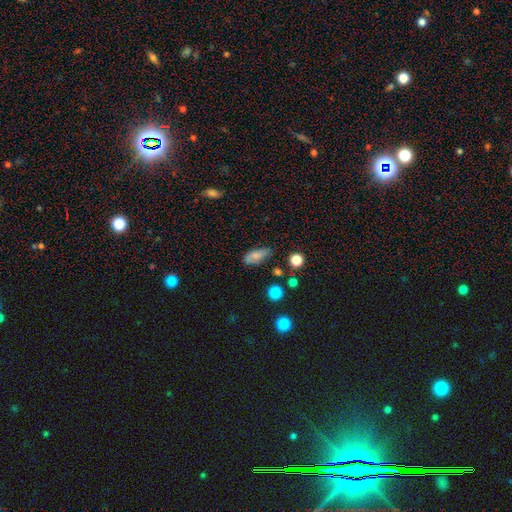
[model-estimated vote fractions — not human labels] Q: Smooth or featured?
A: smooth (71%); runner-up: featured or disk (19%)
Q: How rounded?
A: in between (85%); runner-up: cigar-shaped (10%)
Q: Merging?
A: none (65%); runner-up: minor disturbance (25%)